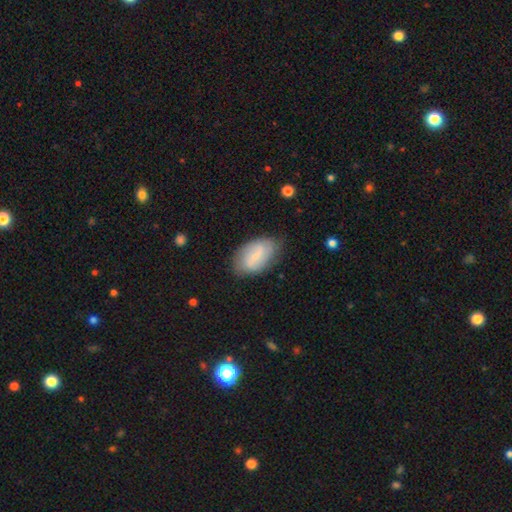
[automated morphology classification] smooth-or-featured: featured or disk: 49% | smooth: 44% | star or artifact: 7%
  merging: none: 75% | minor disturbance: 19% | major disturbance: 4% | merger: 2%